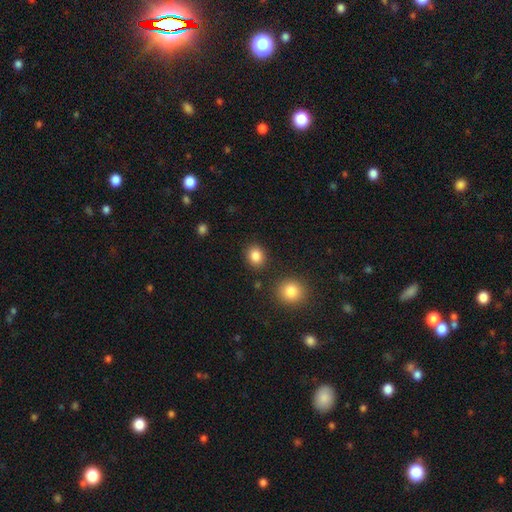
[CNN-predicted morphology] smooth 85%, star or artifact 10%, featured or disk 5%. Down the decision tree: how rounded — round (68%); merging — none (86%).